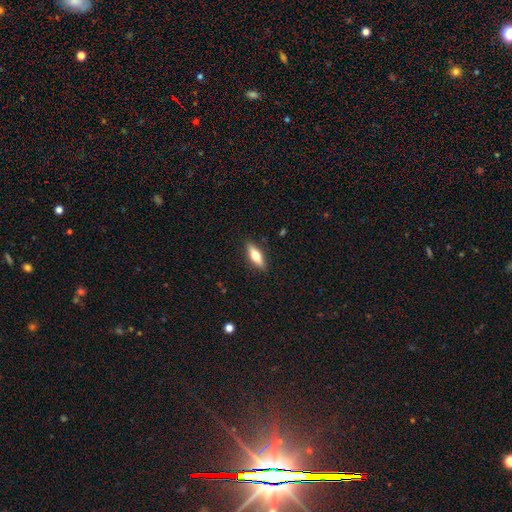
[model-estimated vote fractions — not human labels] The model was most divided on "how rounded": in between: 52%, cigar-shaped: 45%, round: 3%. More confident: merging — none (89%); smooth or featured — smooth (61%).